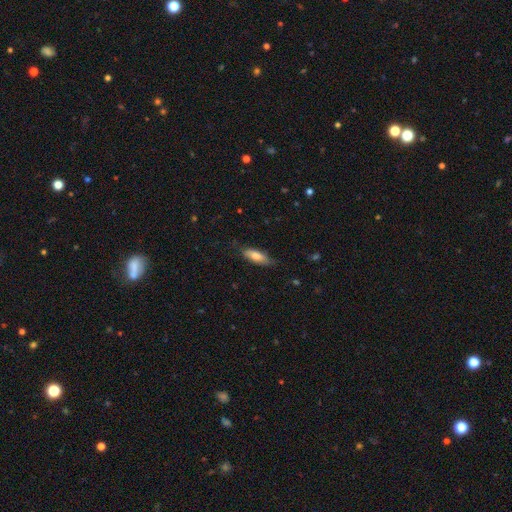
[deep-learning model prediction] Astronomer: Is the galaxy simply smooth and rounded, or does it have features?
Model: smooth — 76%.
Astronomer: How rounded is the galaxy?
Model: in between — 59% (runner-up: cigar-shaped, 40%).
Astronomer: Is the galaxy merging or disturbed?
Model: none — 75%.